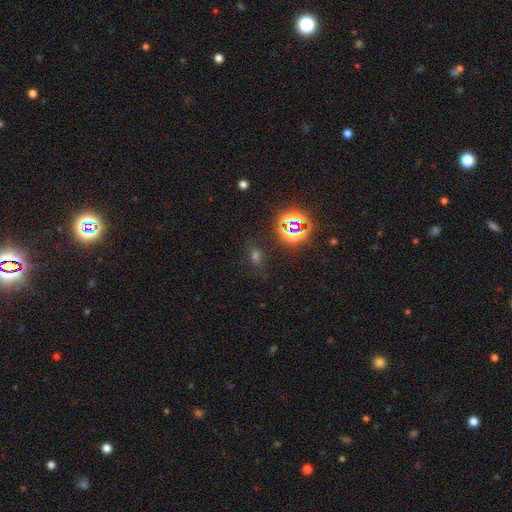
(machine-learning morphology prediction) This appears to be a star or artifact, not a galaxy (48%).